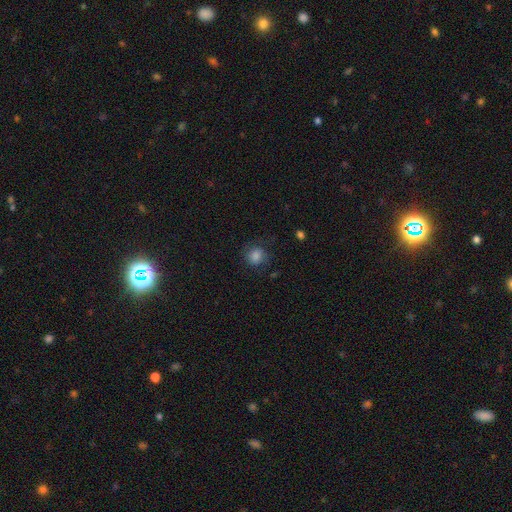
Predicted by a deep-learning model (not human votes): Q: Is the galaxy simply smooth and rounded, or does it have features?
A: smooth — 79%.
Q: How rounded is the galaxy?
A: round — 79%.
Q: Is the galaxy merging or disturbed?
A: none — 71%.